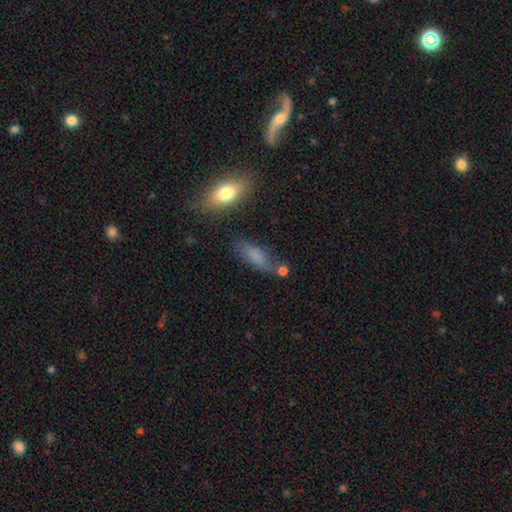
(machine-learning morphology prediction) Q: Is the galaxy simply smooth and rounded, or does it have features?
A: smooth — 73%.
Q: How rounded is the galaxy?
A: in between — 59%.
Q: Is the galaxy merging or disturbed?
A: none — 61%.